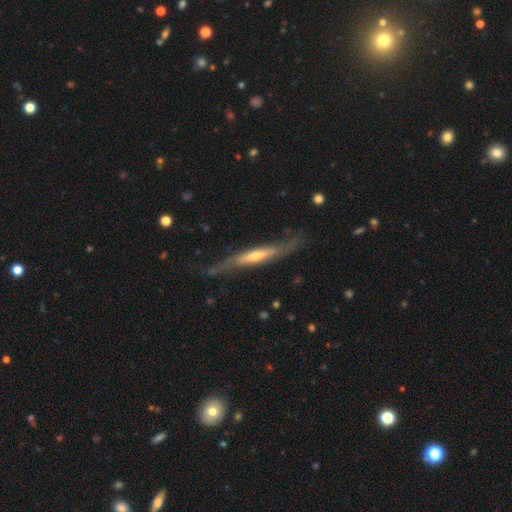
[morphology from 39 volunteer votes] Smooth or featured?
  - featured or disk: 64% *
  - smooth: 33%
  - star or artifact: 3%
Edge-on disk?
  - yes: 92% *
  - no: 8%
Edge-on bulge?
  - rounded: 61% *
  - none: 35%
  - boxy: 4%
Merging?
  - none: 61% *
  - minor disturbance: 32%
  - major disturbance: 5%
  - merger: 3%